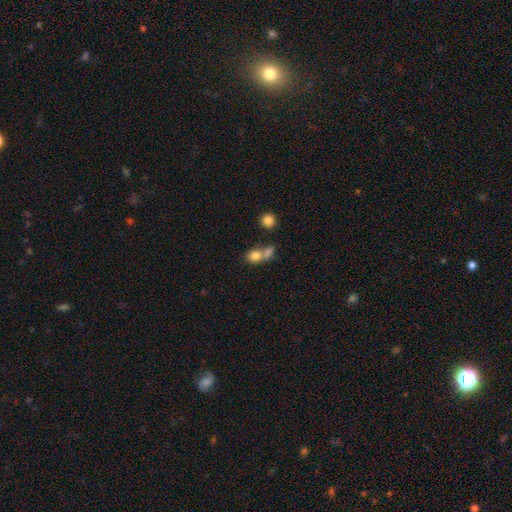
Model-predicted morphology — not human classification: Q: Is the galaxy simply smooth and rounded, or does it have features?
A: smooth — 79%.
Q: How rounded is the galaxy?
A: round — 57%.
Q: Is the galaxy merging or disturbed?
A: merger — 51%.